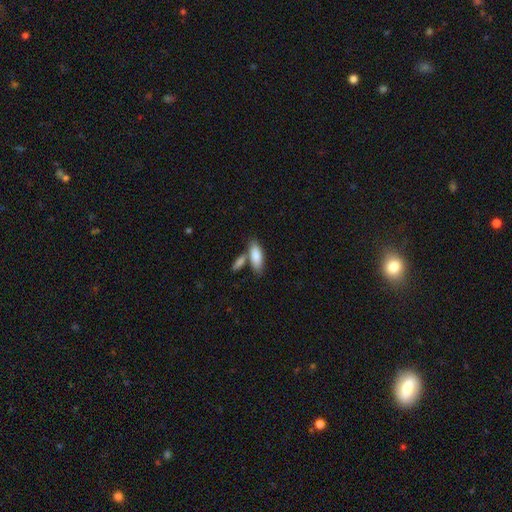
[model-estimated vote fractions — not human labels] smooth 84%, featured or disk 11%, star or artifact 5%. Down the decision tree: how rounded — in between (72%); merging — none (57%).